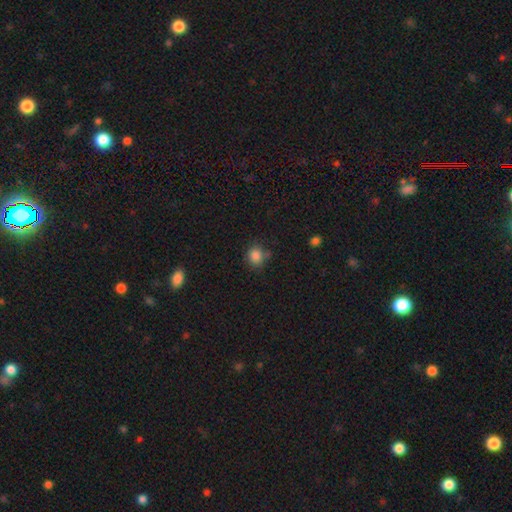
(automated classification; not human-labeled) This is clearly a smooth galaxy (84%). How rounded: clearly round (83%). Merging: likely none (72%).